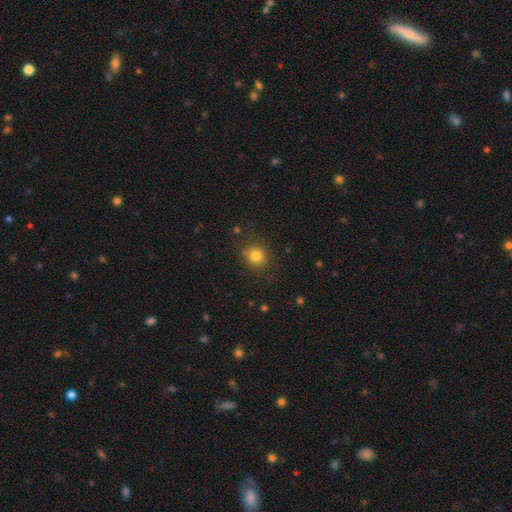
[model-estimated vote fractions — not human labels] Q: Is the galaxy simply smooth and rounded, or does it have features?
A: smooth — 81%.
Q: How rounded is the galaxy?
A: round — 85%.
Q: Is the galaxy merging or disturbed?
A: none — 85%.